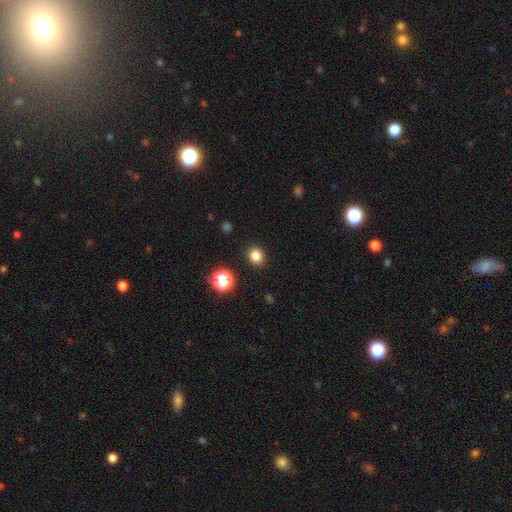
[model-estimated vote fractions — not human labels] Q: Smooth or featured?
A: smooth (82%); runner-up: star or artifact (14%)
Q: How rounded?
A: round (76%); runner-up: in between (23%)
Q: Merging?
A: none (90%); runner-up: minor disturbance (6%)